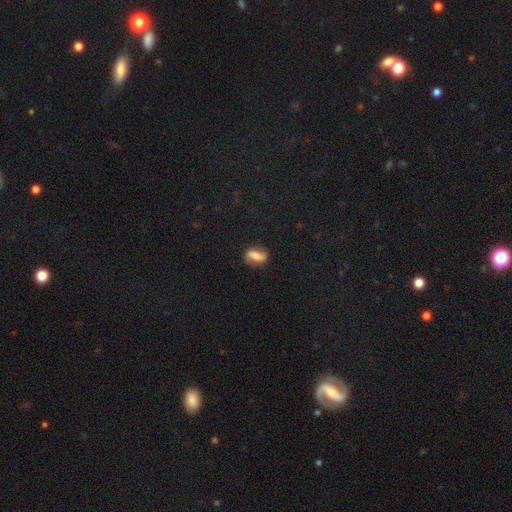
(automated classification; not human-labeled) This is possibly a smooth galaxy (50%). Merging: likely none (76%).